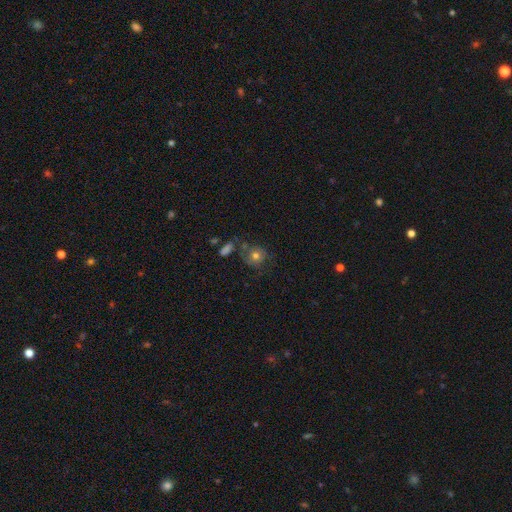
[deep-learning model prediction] smooth_or_featured: smooth (p=0.66) [alt: featured or disk p=0.22]
how_rounded: round (p=0.81) [alt: in between p=0.18]
merging: none (p=0.59) [alt: minor disturbance p=0.21]